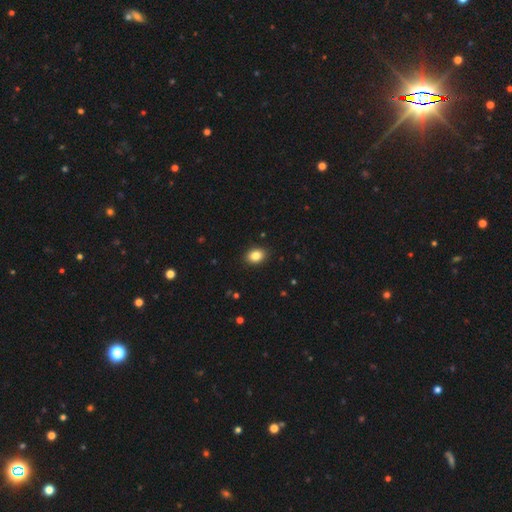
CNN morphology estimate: This appears to be a smooth galaxy with no disk features (85%) that is in between round and cigar-shaped (67%). Merging: none (90%).